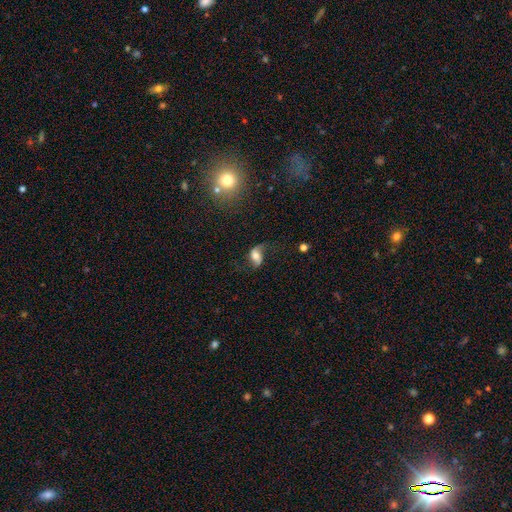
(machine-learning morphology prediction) This appears to be a featured or disk galaxy (65%) with no bar (44%), 2 (89%) loose (81%) spiral arms (89%) and a moderate central bulge (54%). Merging: none (62%).